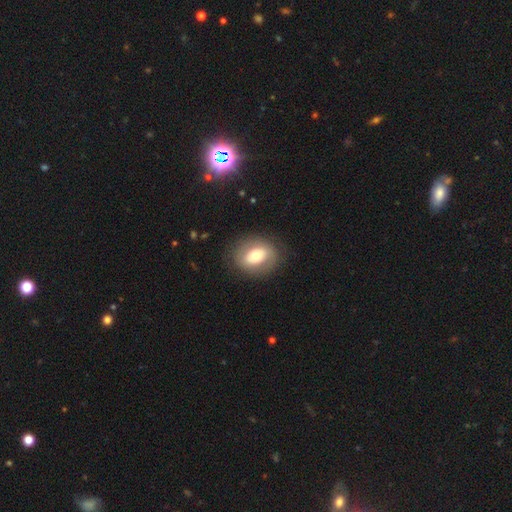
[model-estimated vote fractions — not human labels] smooth 59%, featured or disk 33%, star or artifact 8%. Down the decision tree: how rounded — in between (59%); merging — none (82%).